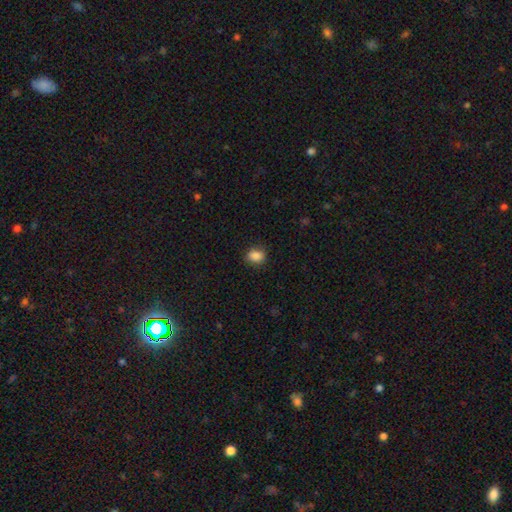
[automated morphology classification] Smooth or featured: smooth — 87% (star or artifact — 9%)
How rounded: in between — 58% (round — 41%)
Merging: none — 84% (minor disturbance — 12%)